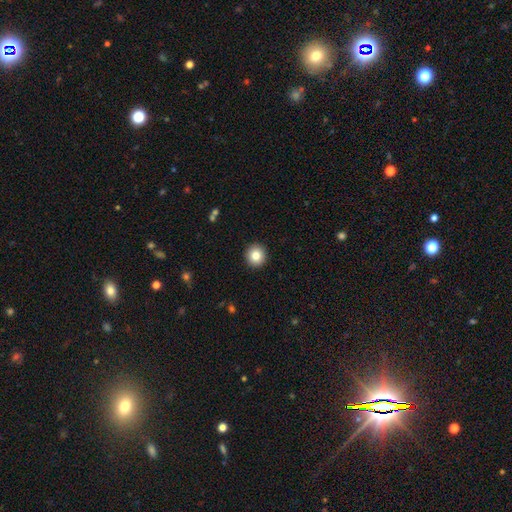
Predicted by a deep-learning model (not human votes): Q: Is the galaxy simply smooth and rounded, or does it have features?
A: smooth — 83%.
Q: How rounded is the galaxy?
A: round — 94%.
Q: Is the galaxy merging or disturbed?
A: none — 93%.